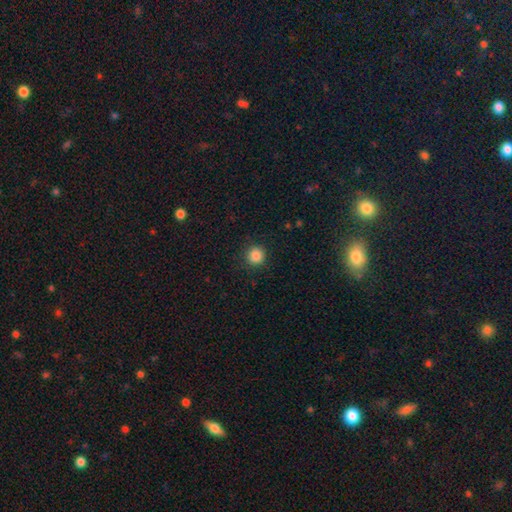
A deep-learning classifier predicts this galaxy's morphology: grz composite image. It shows a smooth galaxy with no disk features (86%) that is round (93%). Merging: none (90%).